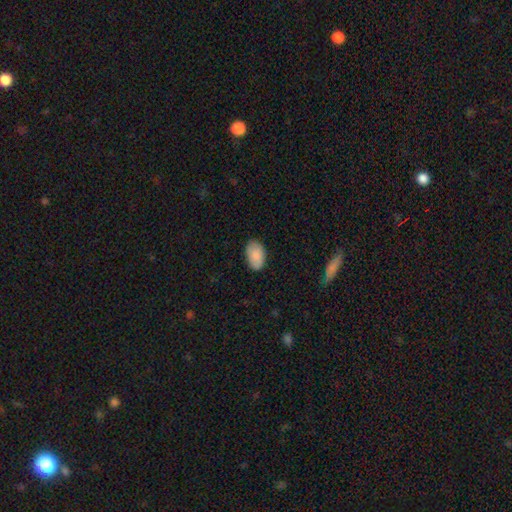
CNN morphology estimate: A smooth galaxy with no disk features (88%) that is in between round and cigar-shaped (93%).

Vote fractions:
- Smooth or featured? smooth: 88% / star or artifact: 6% / featured or disk: 6%
- How rounded? in between: 93% / round: 6% / cigar-shaped: 1%
- Merging? none: 84% / minor disturbance: 13% / major disturbance: 2% / merger: 1%